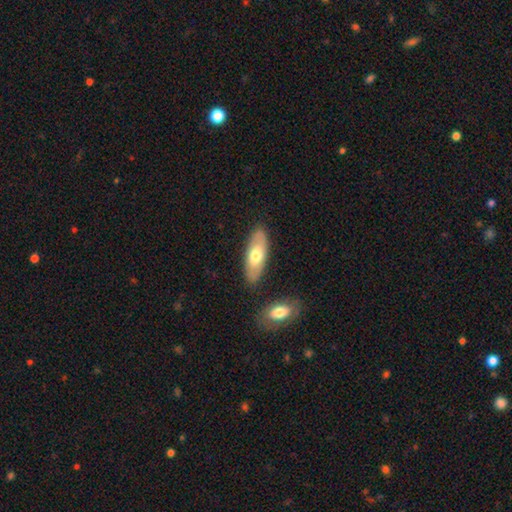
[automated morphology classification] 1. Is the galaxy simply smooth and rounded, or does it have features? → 61% smooth, 33% featured or disk, 6% star or artifact.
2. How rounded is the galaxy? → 77% in between, 21% cigar-shaped, 2% round.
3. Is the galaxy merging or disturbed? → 84% none, 10% minor disturbance, 3% merger, 2% major disturbance.